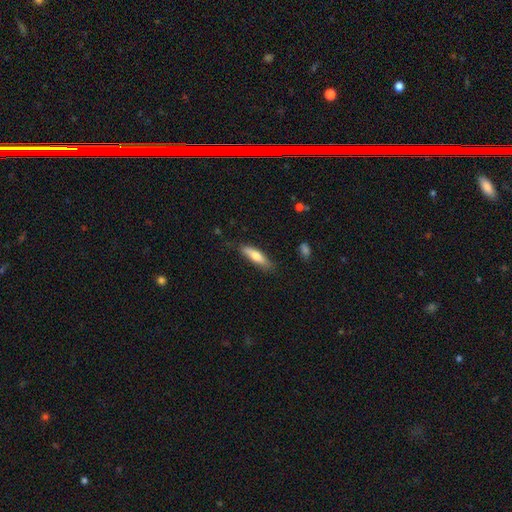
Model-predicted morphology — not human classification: A smooth galaxy with no disk features (67%) that is cigar-shaped (67%). Merging: none (75%).